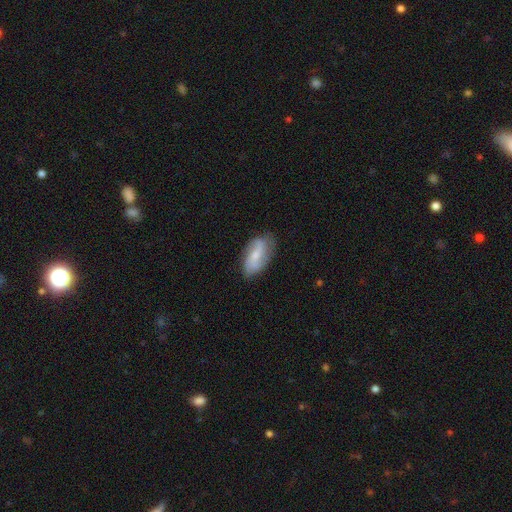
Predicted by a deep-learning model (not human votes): Smooth or featured: featured or disk — 54% (smooth — 40%)
Edge-on disk: no — 92% (yes — 8%)
Merging: none — 73% (minor disturbance — 20%)